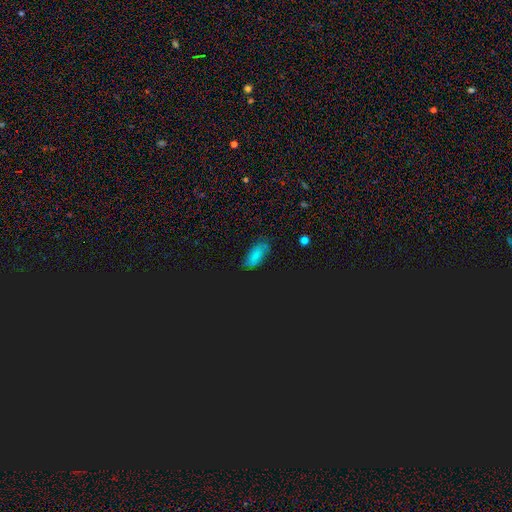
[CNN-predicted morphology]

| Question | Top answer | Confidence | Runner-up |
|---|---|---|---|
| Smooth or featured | smooth | 58% | star or artifact (25%) |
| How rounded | in between | 88% | cigar-shaped (8%) |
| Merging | none | 72% | minor disturbance (21%) |